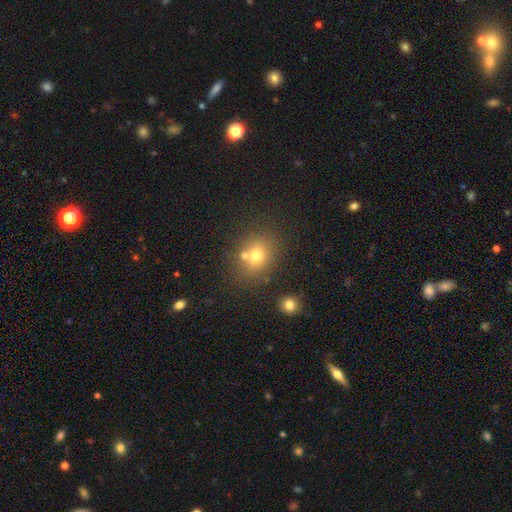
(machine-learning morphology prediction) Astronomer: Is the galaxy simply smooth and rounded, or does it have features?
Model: smooth — 70%.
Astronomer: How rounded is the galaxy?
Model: round — 60% (runner-up: in between, 39%).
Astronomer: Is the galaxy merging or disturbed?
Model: none — 64%.